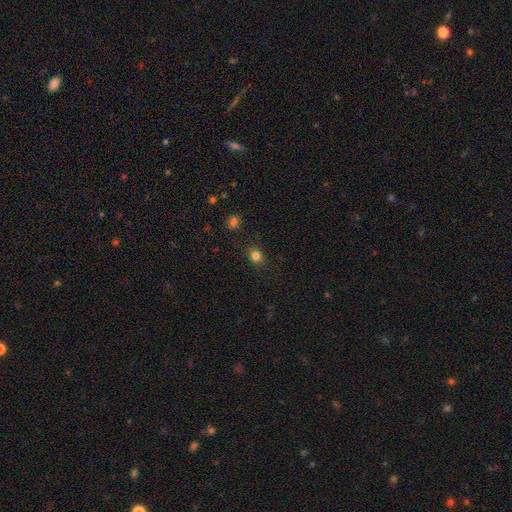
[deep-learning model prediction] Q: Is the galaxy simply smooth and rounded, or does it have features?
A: smooth — 81%.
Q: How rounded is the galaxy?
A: round — 66%.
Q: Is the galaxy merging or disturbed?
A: none — 86%.